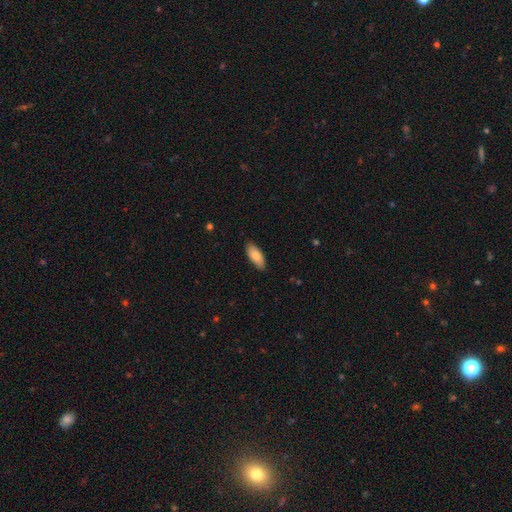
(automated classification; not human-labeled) smooth-or-featured: smooth: 82% | featured or disk: 12% | star or artifact: 6%
  how-rounded: in between: 83% | cigar-shaped: 15% | round: 2%
  merging: none: 87% | minor disturbance: 10% | major disturbance: 2% | merger: 1%